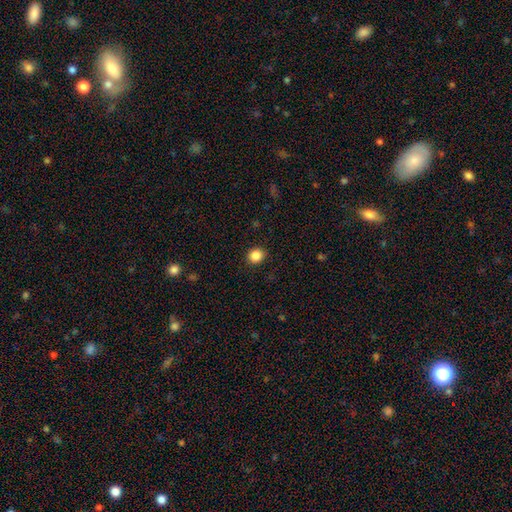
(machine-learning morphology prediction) A smooth galaxy with no disk features (86%) that is round (80%). Merging: none (91%).